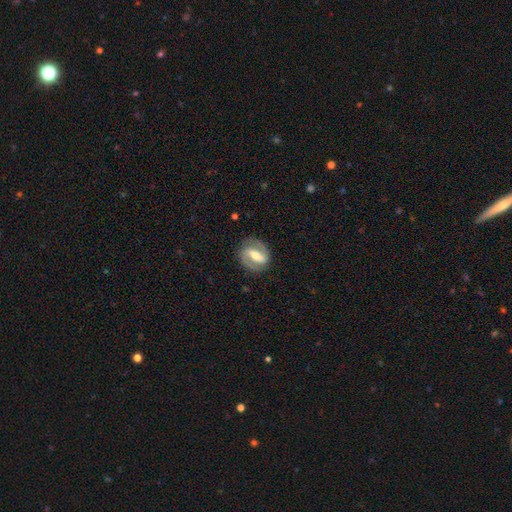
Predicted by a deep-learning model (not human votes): Q: Smooth or featured?
A: featured or disk (78%); runner-up: smooth (17%)
Q: Edge-on disk?
A: no (95%); runner-up: yes (5%)
Q: Bar?
A: strong (60%); runner-up: weak (28%)
Q: Spiral arms?
A: yes (85%); runner-up: no (15%)
Q: Spiral winding?
A: medium (47%); runner-up: tight (39%)
Q: Spiral arm count?
A: 2 (87%); runner-up: can't tell (6%)
Q: Bulge size?
A: moderate (60%); runner-up: small (27%)
Q: Merging?
A: none (82%); runner-up: minor disturbance (12%)